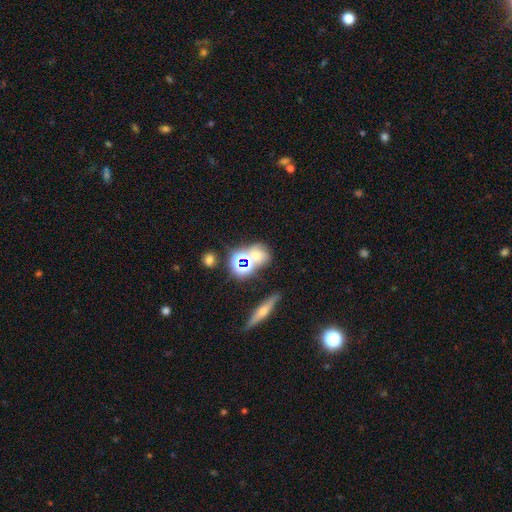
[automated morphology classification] Q: Smooth or featured?
A: smooth (50%); runner-up: star or artifact (33%)
Q: Merging?
A: none (61%); runner-up: merger (20%)